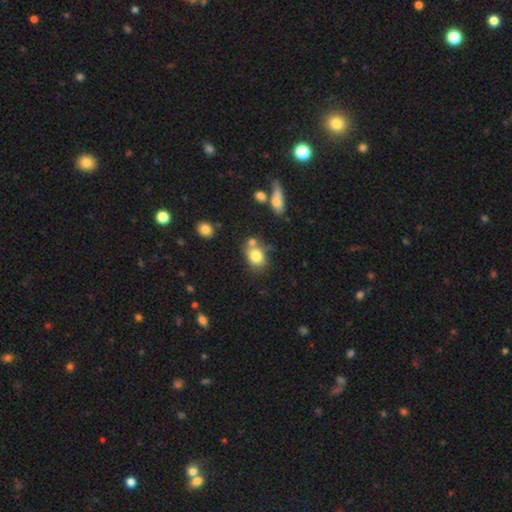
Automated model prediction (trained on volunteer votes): Smooth or featured?
  - smooth: 80% *
  - star or artifact: 10%
  - featured or disk: 10%
How rounded?
  - in between: 55% *
  - round: 44%
  - cigar-shaped: 1%
Merging?
  - none: 56% *
  - merger: 22%
  - minor disturbance: 17%
  - major disturbance: 5%